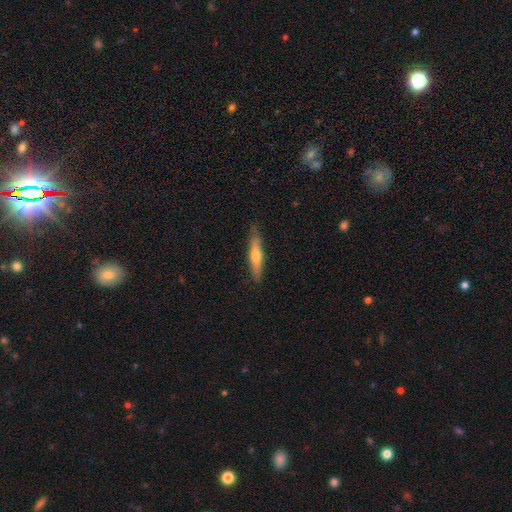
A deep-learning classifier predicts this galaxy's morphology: This is possibly a smooth galaxy (53%). How rounded: clearly cigar-shaped (87%). Merging: clearly none (84%).